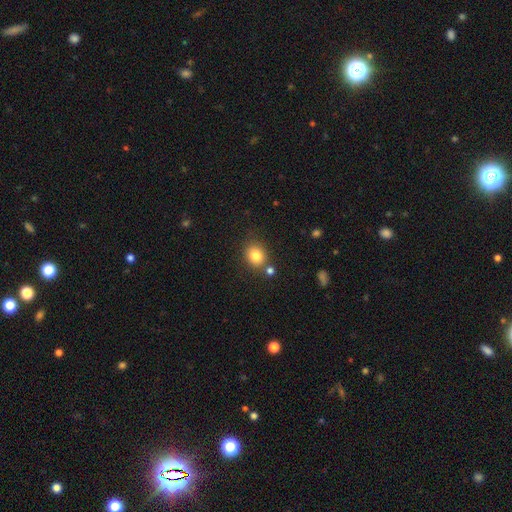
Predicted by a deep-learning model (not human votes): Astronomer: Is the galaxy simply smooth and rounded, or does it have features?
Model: smooth — 81%.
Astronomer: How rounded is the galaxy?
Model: round — 68%.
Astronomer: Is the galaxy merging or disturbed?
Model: none — 75%.